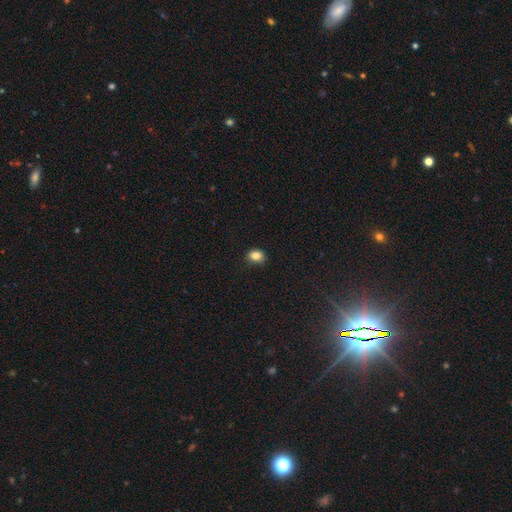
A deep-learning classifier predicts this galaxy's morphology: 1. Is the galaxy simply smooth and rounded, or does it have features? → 84% smooth, 11% star or artifact, 5% featured or disk.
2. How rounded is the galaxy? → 54% in between, 45% round, 1% cigar-shaped.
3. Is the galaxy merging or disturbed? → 80% none, 16% minor disturbance, 3% major disturbance, 1% merger.